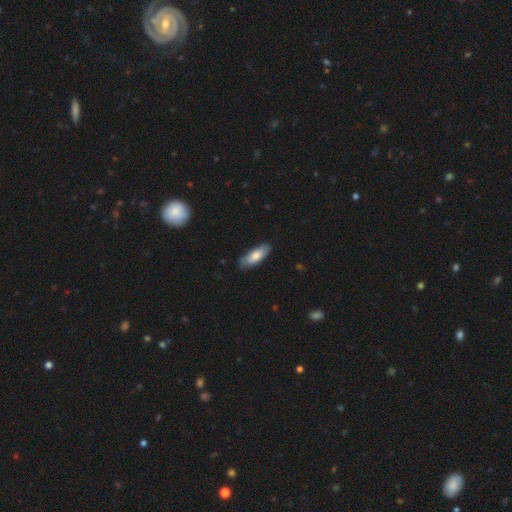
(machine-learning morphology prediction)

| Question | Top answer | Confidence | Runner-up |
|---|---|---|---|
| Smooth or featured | smooth | 78% | featured or disk (17%) |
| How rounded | in between | 67% | cigar-shaped (32%) |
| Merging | none | 80% | minor disturbance (16%) |